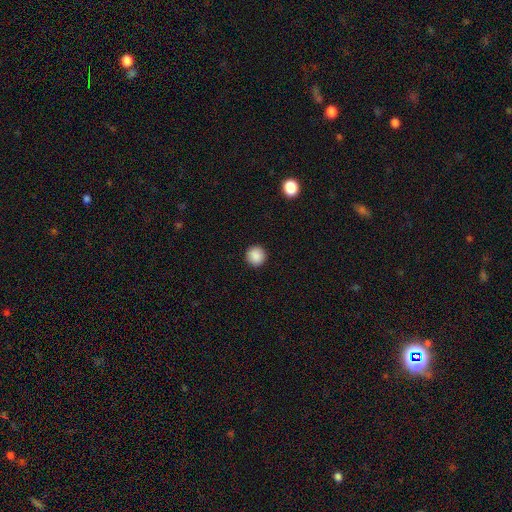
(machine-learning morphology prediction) Smooth or featured: smooth — 89% (star or artifact — 9%)
How rounded: round — 96% (in between — 3%)
Merging: none — 93% (minor disturbance — 4%)